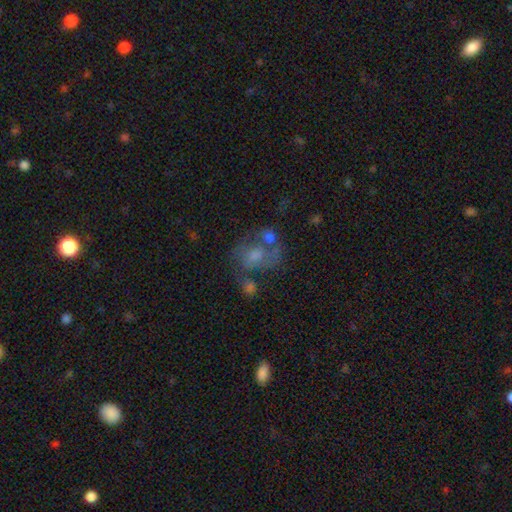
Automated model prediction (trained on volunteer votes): Q: Smooth or featured?
A: featured or disk (46%); runner-up: smooth (40%)
Q: Merging?
A: none (35%); runner-up: merger (29%)